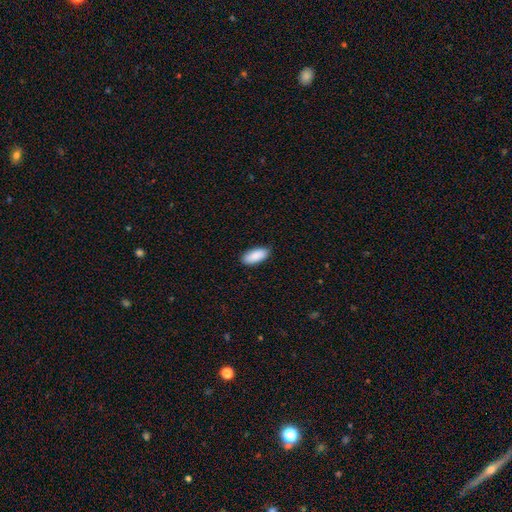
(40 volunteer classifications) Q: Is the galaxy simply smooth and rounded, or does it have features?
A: smooth — 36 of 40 (90%).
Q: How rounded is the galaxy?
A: in between — 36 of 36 (100%).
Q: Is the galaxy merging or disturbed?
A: none — 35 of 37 (95%).